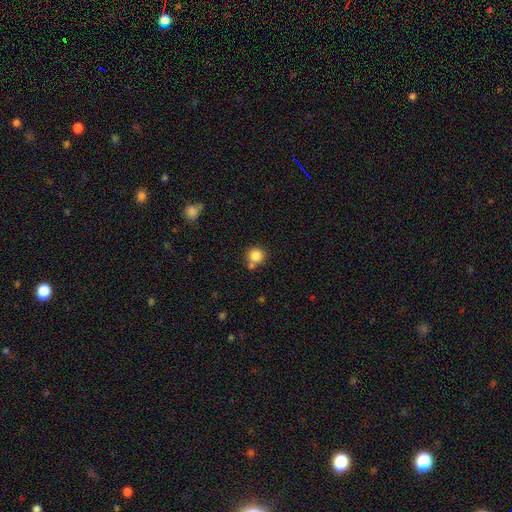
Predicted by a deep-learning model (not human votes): Smooth or featured?
  - smooth: 84% *
  - star or artifact: 11%
  - featured or disk: 6%
How rounded?
  - round: 93% *
  - in between: 6%
  - cigar-shaped: 1%
Merging?
  - none: 69% *
  - merger: 17%
  - minor disturbance: 10%
  - major disturbance: 3%